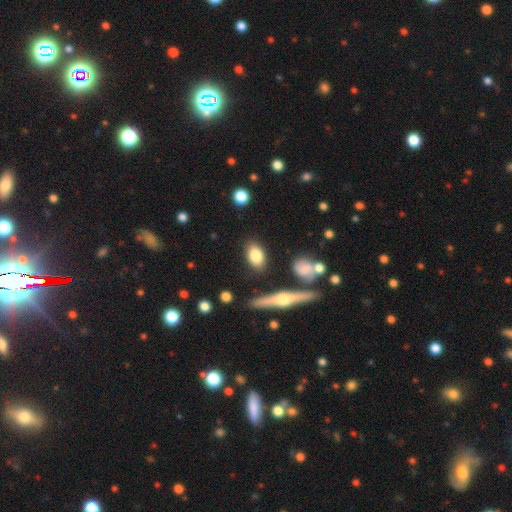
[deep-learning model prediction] This is likely a smooth galaxy (78%). How rounded: clearly in between (82%). Merging: clearly none (81%).